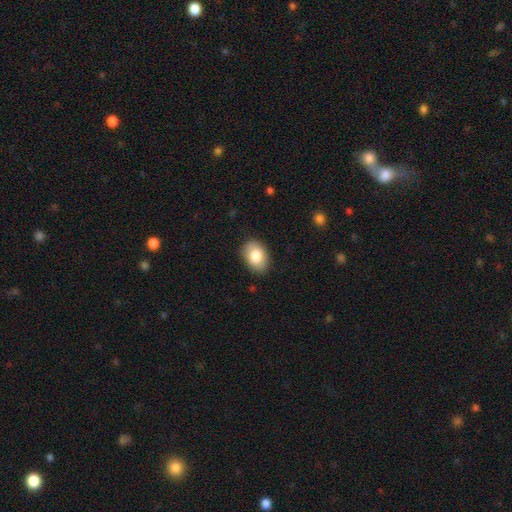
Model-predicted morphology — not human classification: A smooth galaxy with no disk features (82%) that is in between round and cigar-shaped (84%). Merging: none (86%).